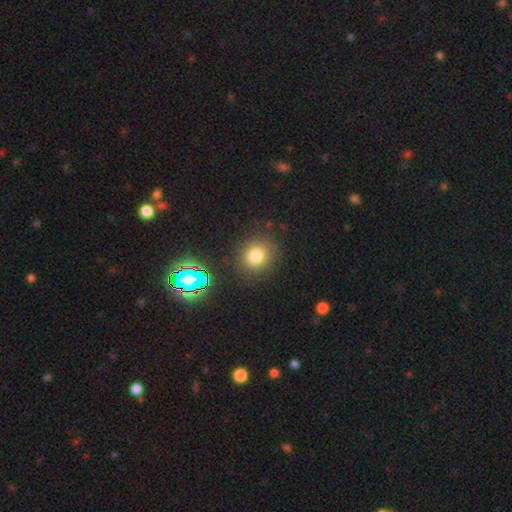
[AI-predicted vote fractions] Smooth or featured? smooth (75%)
How rounded? round (82%)
Merging? none (86%)